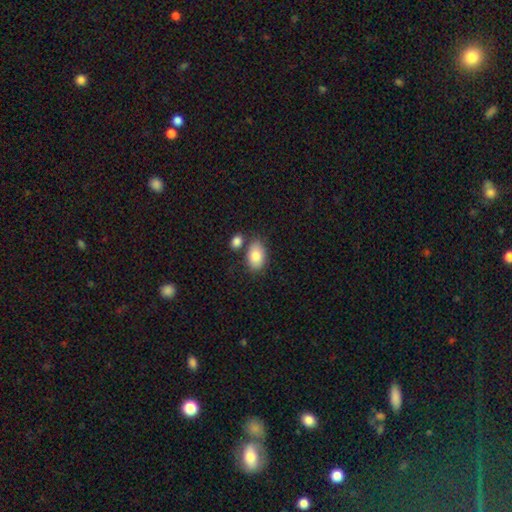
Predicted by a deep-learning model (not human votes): A smooth galaxy with no disk features (83%) that is in between round and cigar-shaped (90%).

Vote fractions:
- Smooth or featured? smooth: 83% / featured or disk: 10% / star or artifact: 7%
- How rounded? in between: 90% / round: 9% / cigar-shaped: 1%
- Merging? none: 68% / merger: 15% / minor disturbance: 14% / major disturbance: 4%